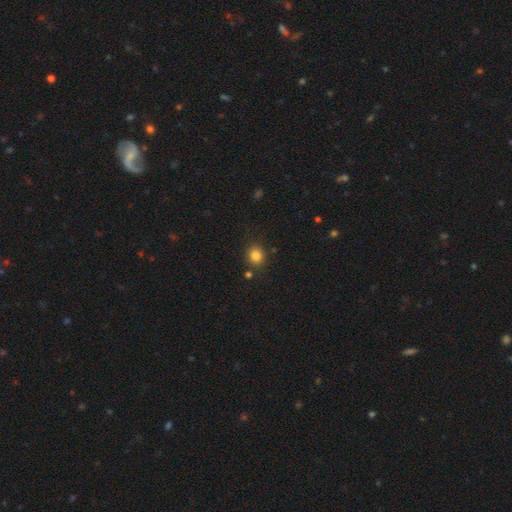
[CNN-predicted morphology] Smooth or featured? Predicted: smooth (p=0.83). How rounded? Predicted: round (p=0.78). Merging? Predicted: none (p=0.84).